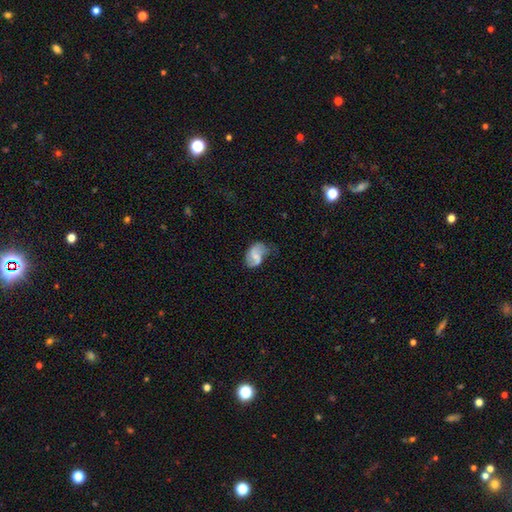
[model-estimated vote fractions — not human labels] Q: Smooth or featured?
A: featured or disk (57%); runner-up: smooth (35%)
Q: Edge-on disk?
A: no (97%); runner-up: yes (3%)
Q: Bar?
A: weak (48%); runner-up: no (34%)
Q: Spiral arms?
A: yes (86%); runner-up: no (14%)
Q: Bulge size?
A: small (44%); runner-up: moderate (30%)
Q: Merging?
A: none (49%); runner-up: minor disturbance (32%)